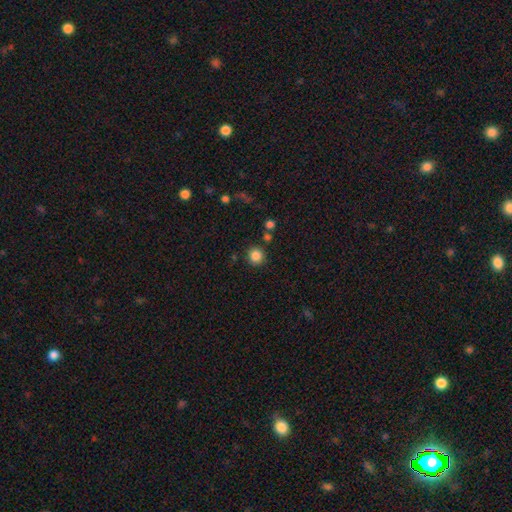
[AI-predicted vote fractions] A smooth galaxy with no disk features (85%) that is round (92%). Merging: none (87%).